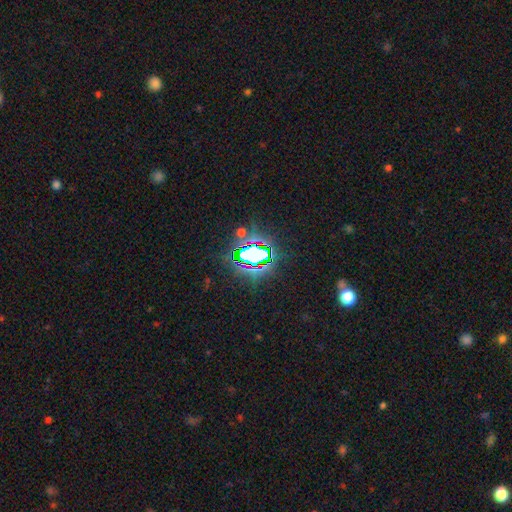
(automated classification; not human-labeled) Smooth or featured?
  - star or artifact: 72% *
  - smooth: 16%
  - featured or disk: 12%